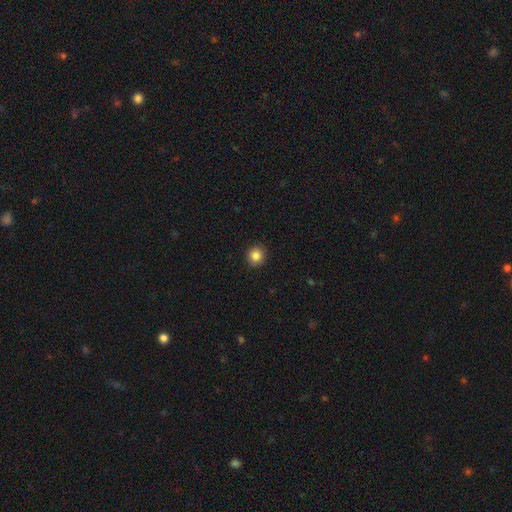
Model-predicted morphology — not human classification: smooth 85%, star or artifact 10%, featured or disk 5%. Down the decision tree: how rounded — round (90%); merging — none (92%).